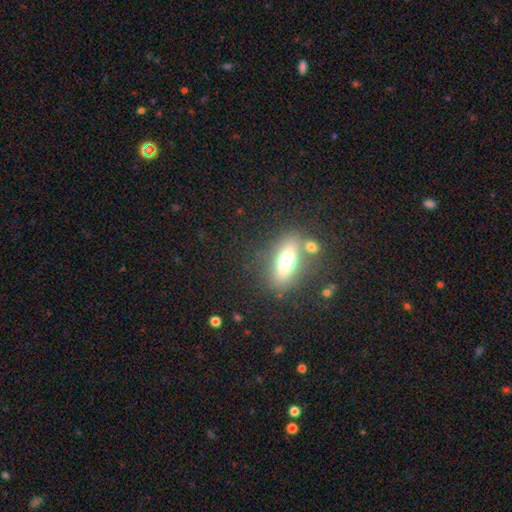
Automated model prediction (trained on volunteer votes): Q: Smooth or featured?
A: smooth (43%); runner-up: featured or disk (41%)
Q: Merging?
A: none (77%); runner-up: minor disturbance (11%)